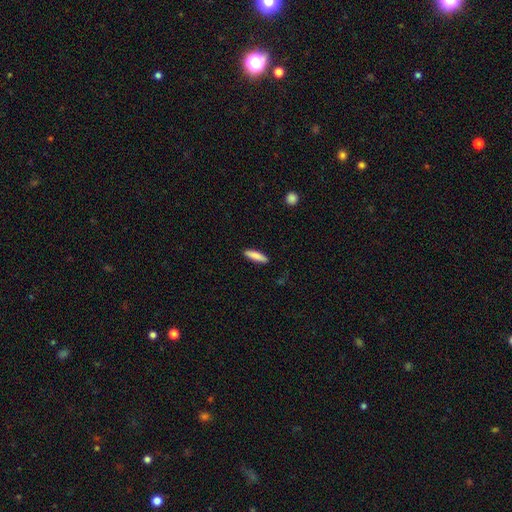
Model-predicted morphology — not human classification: Q: Smooth or featured?
A: smooth (86%); runner-up: featured or disk (8%)
Q: How rounded?
A: cigar-shaped (74%); runner-up: in between (24%)
Q: Merging?
A: none (89%); runner-up: minor disturbance (8%)